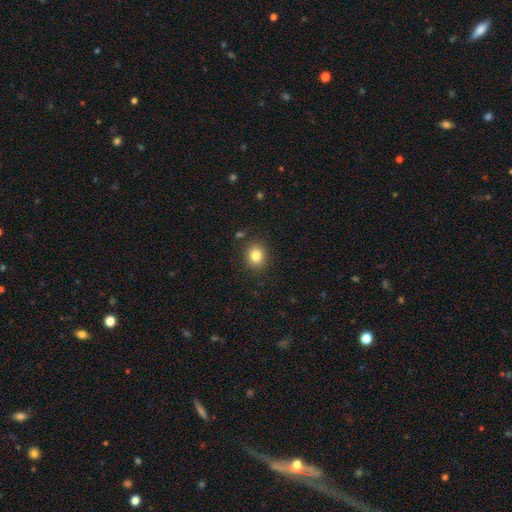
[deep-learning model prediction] This appears to be a smooth galaxy with no disk features (82%) that is round (73%). Merging: none (88%).